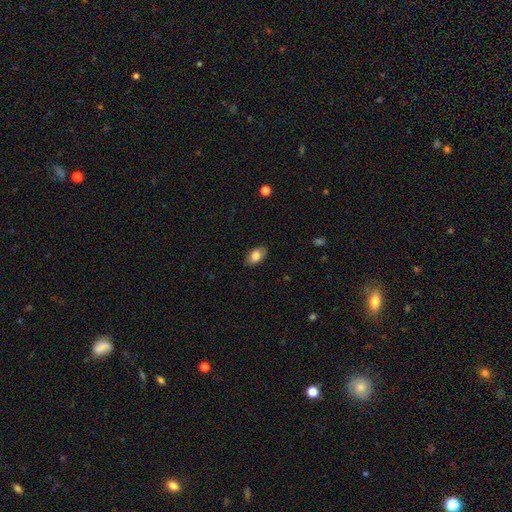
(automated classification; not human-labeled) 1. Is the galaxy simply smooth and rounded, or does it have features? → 81% smooth, 12% featured or disk, 7% star or artifact.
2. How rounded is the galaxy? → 92% in between, 6% round, 2% cigar-shaped.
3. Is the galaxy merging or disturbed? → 85% none, 12% minor disturbance, 3% major disturbance, 1% merger.